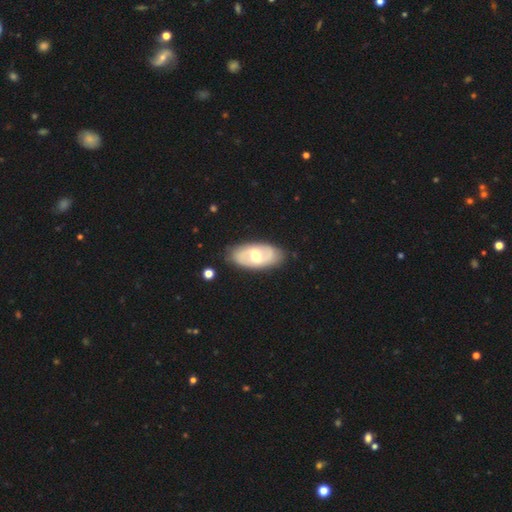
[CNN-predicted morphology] type=featured or disk (63%); edge-on=no (91%); bar=weak (45%); spiral arms=yes (57%); bulge=moderate (68%); merging=none (83%).